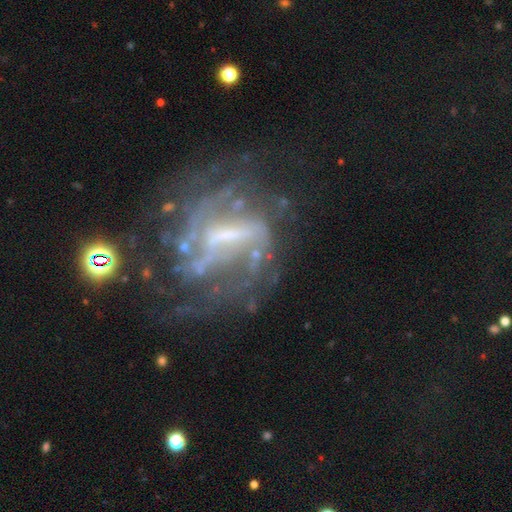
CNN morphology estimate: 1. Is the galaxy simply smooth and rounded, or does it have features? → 82% featured or disk, 10% star or artifact, 8% smooth.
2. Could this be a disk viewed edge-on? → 95% no, 5% yes.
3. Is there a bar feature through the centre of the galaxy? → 53% strong, 33% weak, 14% no.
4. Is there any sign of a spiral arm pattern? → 80% yes, 20% no.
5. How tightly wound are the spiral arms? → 41% medium, 34% loose, 25% tight.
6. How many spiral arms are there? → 35% 2, 33% can't tell, 12% 3, 7% 1, 7% 4, 5% more than 4.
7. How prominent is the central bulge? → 43% small, 26% moderate, 25% none, 4% large, 1% dominant.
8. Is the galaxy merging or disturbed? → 46% none, 30% major disturbance, 19% minor disturbance, 6% merger.